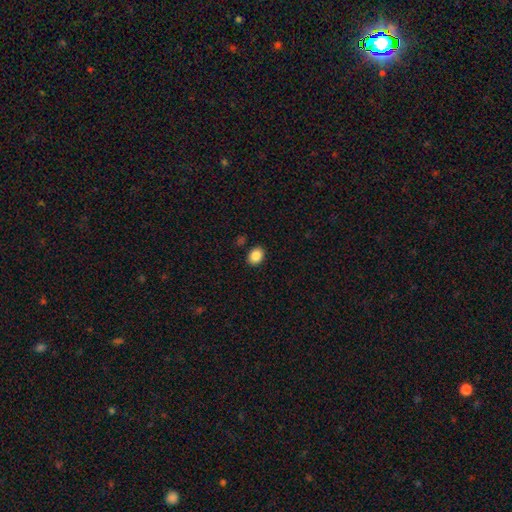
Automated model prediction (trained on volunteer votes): Smooth or featured? Predicted: smooth (p=0.87). How rounded? Predicted: in between (p=0.56). Merging? Predicted: none (p=0.89).